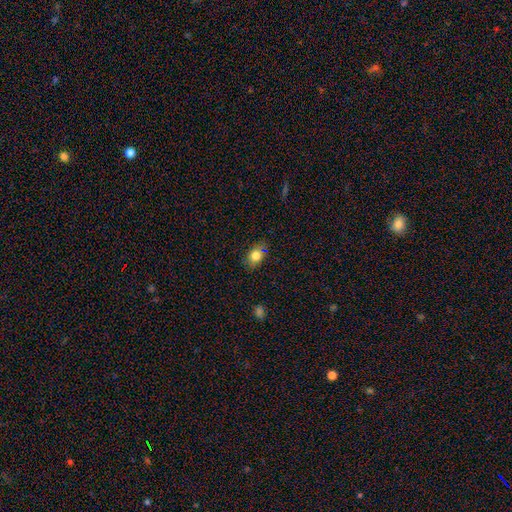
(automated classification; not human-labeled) Smooth or featured: smooth — 80% (star or artifact — 11%)
How rounded: in between — 57% (round — 42%)
Merging: none — 77% (minor disturbance — 16%)